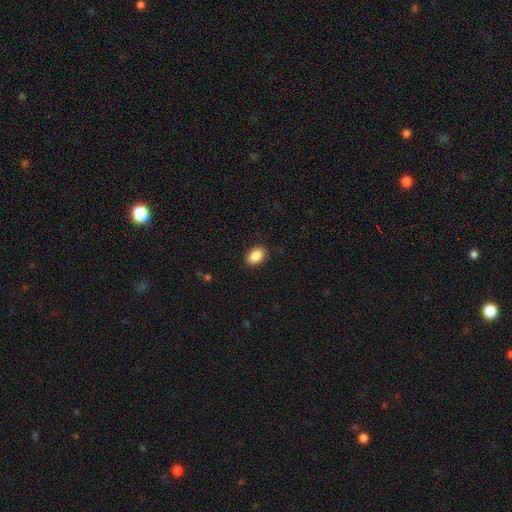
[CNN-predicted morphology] smooth 88%, star or artifact 7%, featured or disk 5%. Down the decision tree: how rounded — in between (86%); merging — none (89%).